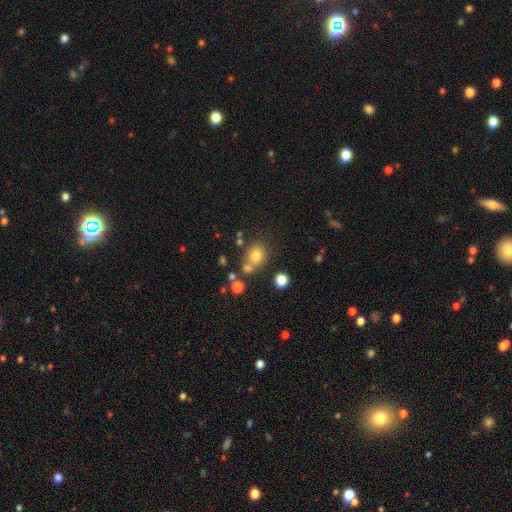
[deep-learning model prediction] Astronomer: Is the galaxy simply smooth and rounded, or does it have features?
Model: smooth — 76%.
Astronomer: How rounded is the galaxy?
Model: round — 71%.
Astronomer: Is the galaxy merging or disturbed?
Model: none — 63%.